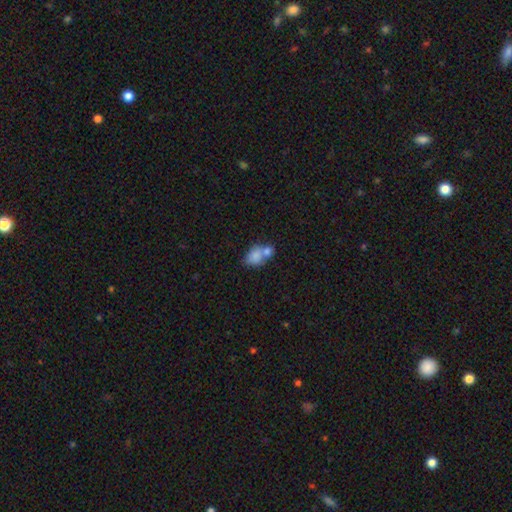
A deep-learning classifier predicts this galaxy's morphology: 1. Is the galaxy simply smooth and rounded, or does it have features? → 79% smooth, 13% featured or disk, 8% star or artifact.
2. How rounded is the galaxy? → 75% in between, 23% round, 2% cigar-shaped.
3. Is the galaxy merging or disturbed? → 55% merger, 29% none, 11% minor disturbance, 5% major disturbance.